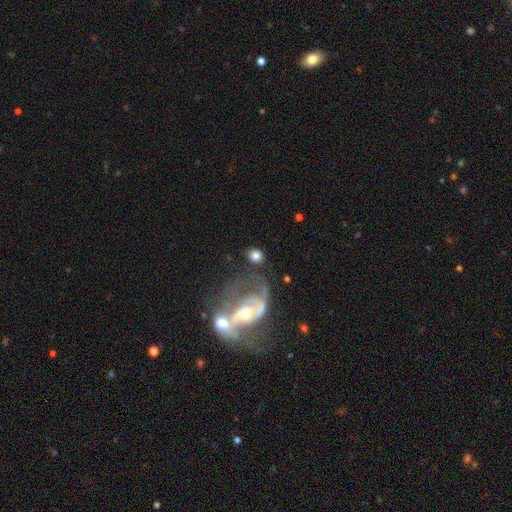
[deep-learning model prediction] Smooth or featured?
  - smooth: 68% *
  - featured or disk: 25%
  - star or artifact: 7%
How rounded?
  - in between: 52% *
  - round: 47%
  - cigar-shaped: 2%
Merging?
  - none: 56% *
  - merger: 16%
  - minor disturbance: 15%
  - major disturbance: 13%